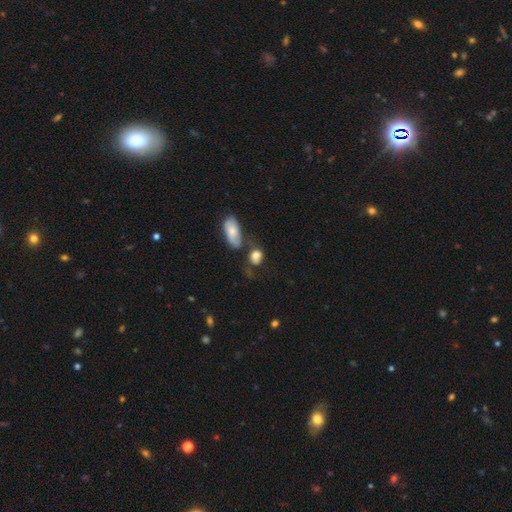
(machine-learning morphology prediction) This appears to be a smooth galaxy with no disk features (75%) that is in between round and cigar-shaped (54%). Merging: none (42%).